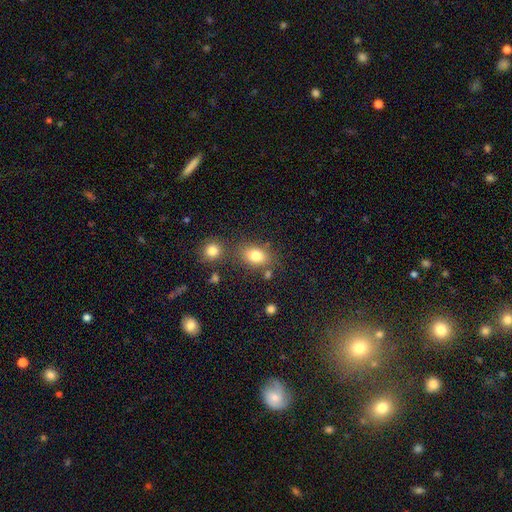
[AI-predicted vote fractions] This is clearly a smooth galaxy (81%). How rounded: likely in between (76%). Merging: likely none (69%).